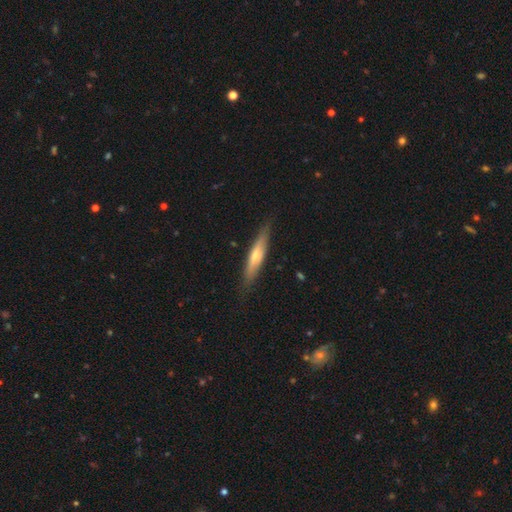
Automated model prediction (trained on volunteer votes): Morphology: type=smooth (47%, tied with featured or disk); merging=none (84%).